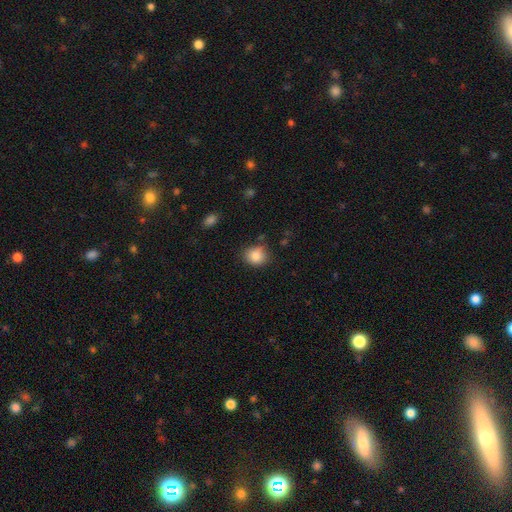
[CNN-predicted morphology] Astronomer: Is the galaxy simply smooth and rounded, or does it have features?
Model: smooth — 86%.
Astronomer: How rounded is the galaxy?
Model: round — 70%.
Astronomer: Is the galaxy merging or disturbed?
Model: none — 74%.